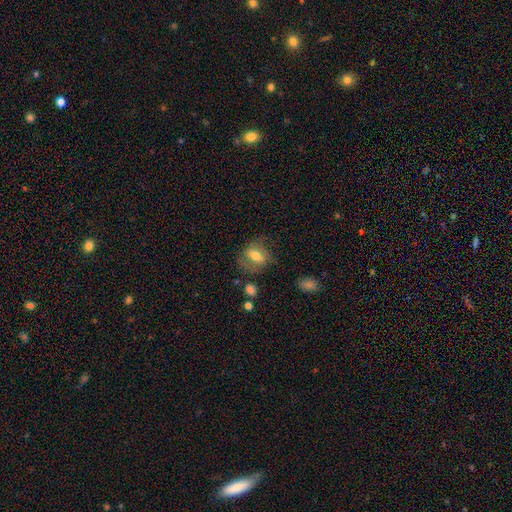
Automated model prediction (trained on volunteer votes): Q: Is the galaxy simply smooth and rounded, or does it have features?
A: smooth — 60%.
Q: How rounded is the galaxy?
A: in between — 62%.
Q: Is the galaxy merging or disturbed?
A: none — 61%.